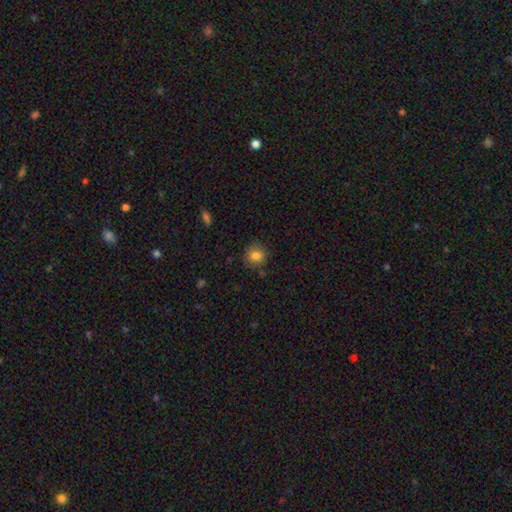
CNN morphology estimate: Smooth or featured: smooth — 82% (star or artifact — 10%)
How rounded: round — 84% (in between — 16%)
Merging: none — 83% (minor disturbance — 12%)